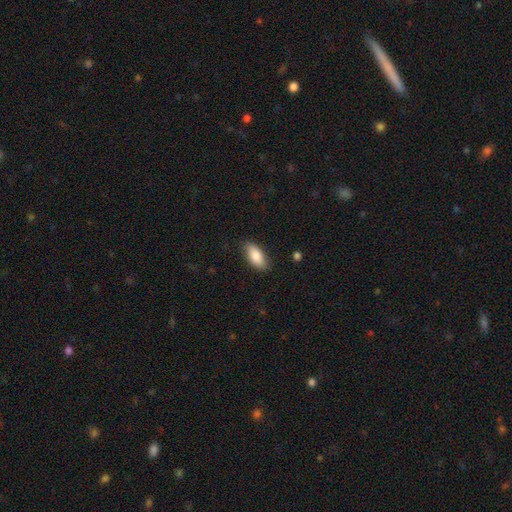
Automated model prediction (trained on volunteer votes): smooth 85%, featured or disk 9%, star or artifact 6%. Down the decision tree: how rounded — in between (87%); merging — none (85%).